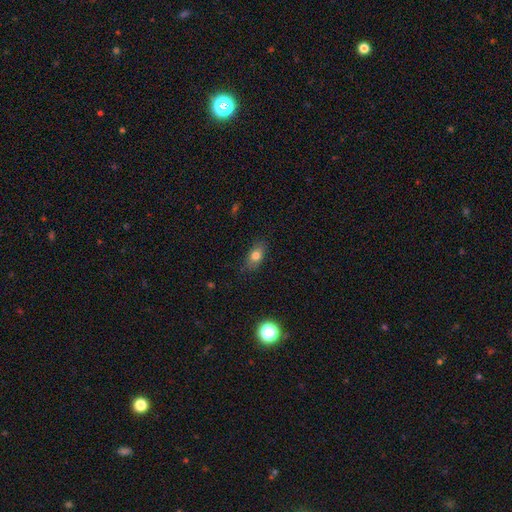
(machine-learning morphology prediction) This is likely a smooth galaxy (77%). How rounded: clearly in between (82%). Merging: clearly none (81%).